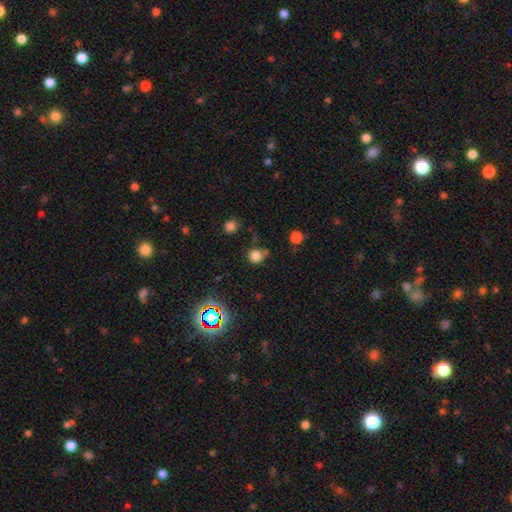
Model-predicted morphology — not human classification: The model was most divided on "smooth or featured": smooth: 76%, star or artifact: 18%, featured or disk: 5%. More confident: how rounded — round (90%); merging — none (72%).